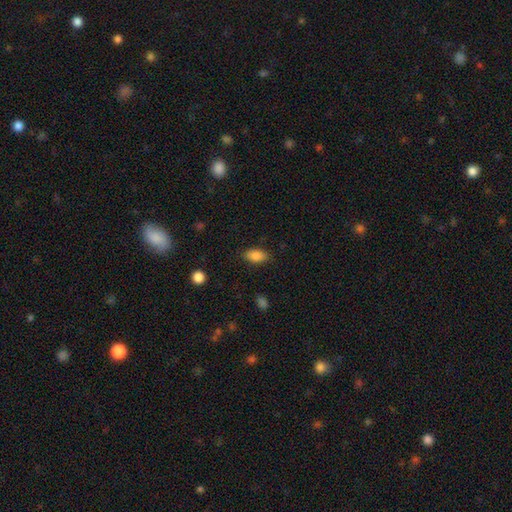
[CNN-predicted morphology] smooth 87%, star or artifact 8%, featured or disk 5%. Down the decision tree: how rounded — in between (91%); merging — none (85%).